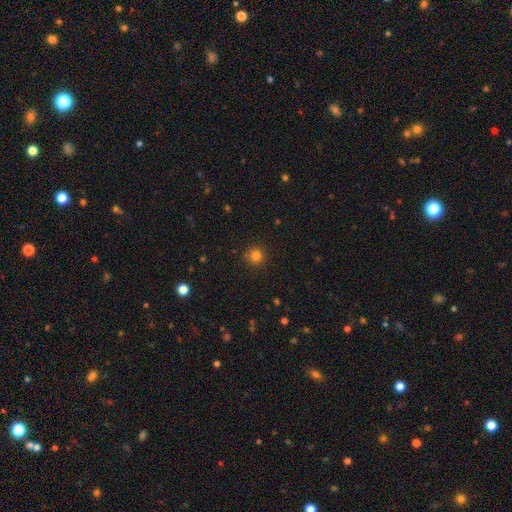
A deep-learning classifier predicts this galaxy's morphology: This is clearly a smooth galaxy (82%). How rounded: clearly round (94%). Merging: clearly none (89%).